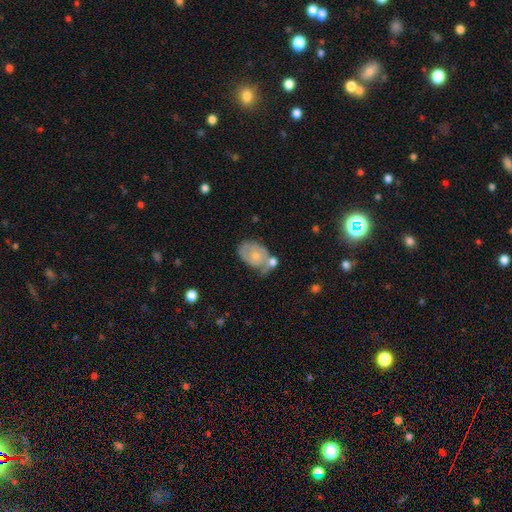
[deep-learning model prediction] This is possibly a featured or disk galaxy (52%). It is clearly not viewed edge-on (96%). Bar: likely no (80%). Spiral arm pattern: likely yes (67%). Central bulge: possibly small (58%). Merging: marginally none (38%).